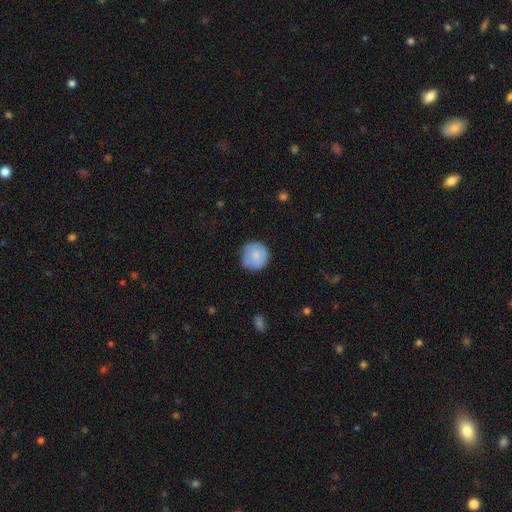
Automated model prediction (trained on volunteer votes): A smooth galaxy with no disk features (79%) that is round (93%).

Vote fractions:
- Smooth or featured? smooth: 79% / featured or disk: 14% / star or artifact: 7%
- How rounded? round: 93% / in between: 6% / cigar-shaped: 1%
- Merging? none: 73% / minor disturbance: 21% / major disturbance: 4% / merger: 2%